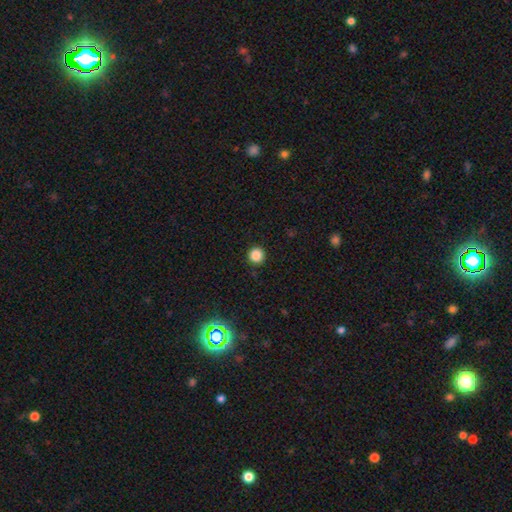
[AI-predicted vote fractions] smooth 86%, star or artifact 11%, featured or disk 3%. Down the decision tree: how rounded — round (96%); merging — none (93%).